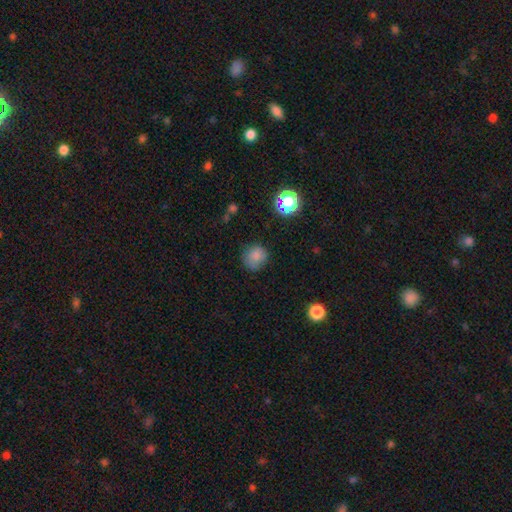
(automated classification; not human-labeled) smooth 79%, star or artifact 14%, featured or disk 7%. Down the decision tree: how rounded — round (84%); merging — none (75%).